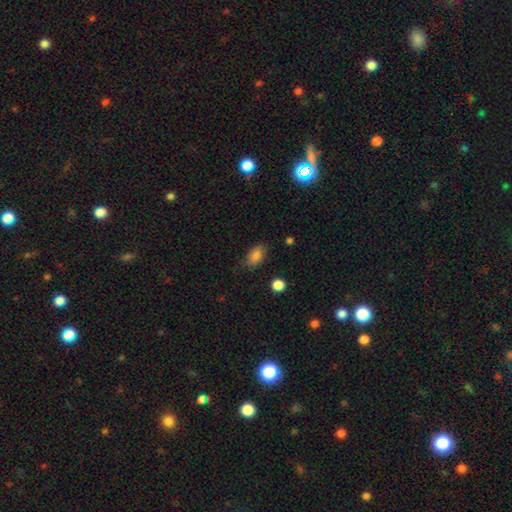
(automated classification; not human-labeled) Smooth or featured? Predicted: smooth (p=0.86). How rounded? Predicted: in between (p=0.88). Merging? Predicted: none (p=0.77).